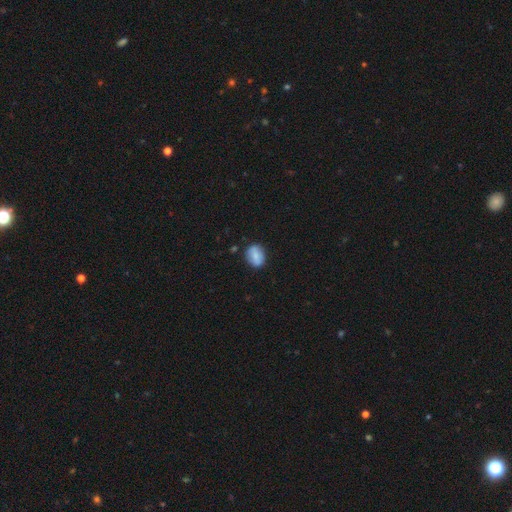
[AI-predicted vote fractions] Smooth or featured?
  - smooth: 74% *
  - featured or disk: 18%
  - star or artifact: 8%
How rounded?
  - in between: 64% *
  - round: 34%
  - cigar-shaped: 2%
Merging?
  - none: 79% *
  - minor disturbance: 16%
  - major disturbance: 3%
  - merger: 2%